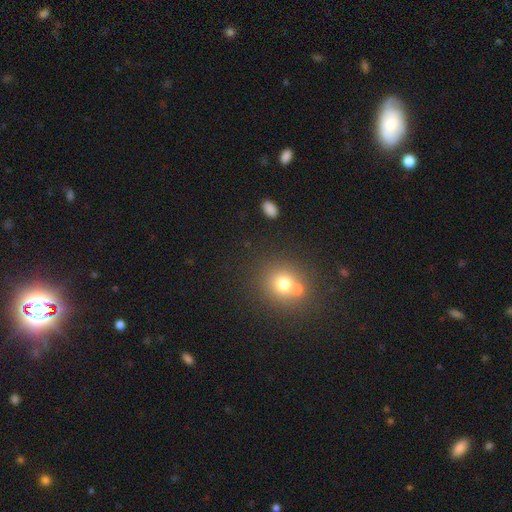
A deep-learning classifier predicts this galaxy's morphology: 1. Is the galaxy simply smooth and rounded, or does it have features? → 54% smooth, 37% star or artifact, 9% featured or disk.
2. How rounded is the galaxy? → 76% round, 23% in between, 2% cigar-shaped.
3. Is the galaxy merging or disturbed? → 76% none, 13% merger, 8% minor disturbance, 3% major disturbance.